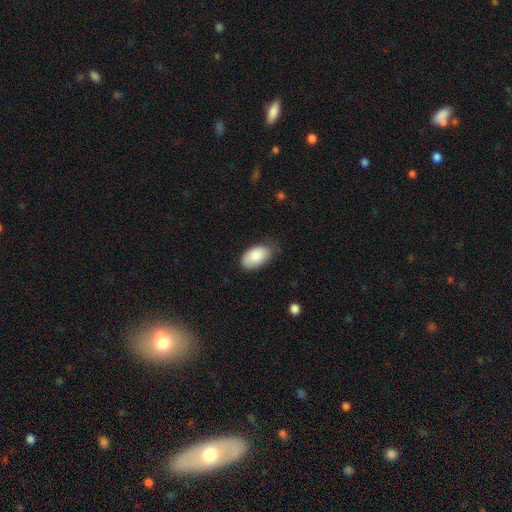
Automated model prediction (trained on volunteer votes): Q: Smooth or featured?
A: smooth (84%); runner-up: featured or disk (9%)
Q: How rounded?
A: in between (94%); runner-up: round (4%)
Q: Merging?
A: none (66%); runner-up: minor disturbance (28%)